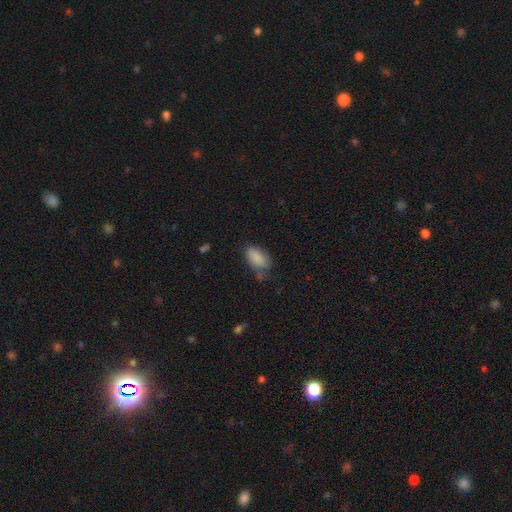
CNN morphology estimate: This is clearly a smooth galaxy (84%). How rounded: clearly in between (92%). Merging: possibly none (57%).